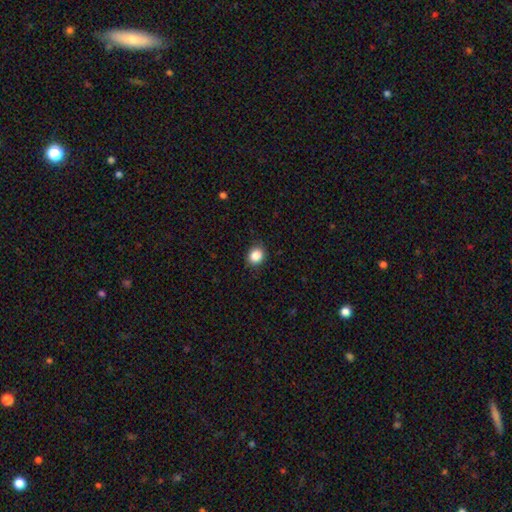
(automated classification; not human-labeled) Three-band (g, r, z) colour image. It shows a smooth galaxy with no disk features (86%) that is round (70%). Merging: none (88%).